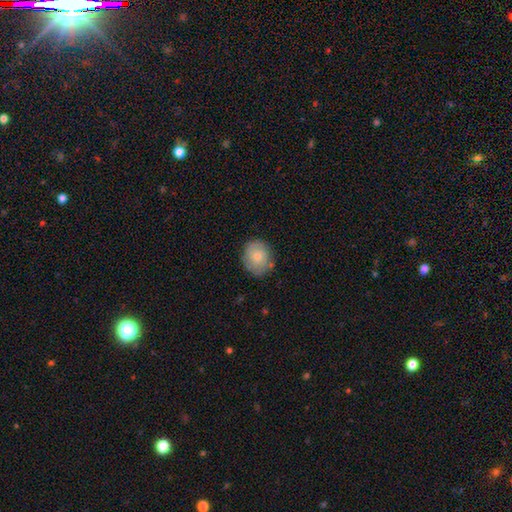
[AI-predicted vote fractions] This appears to be a smooth galaxy with no disk features (63%) that is round (68%). Merging: none (80%).